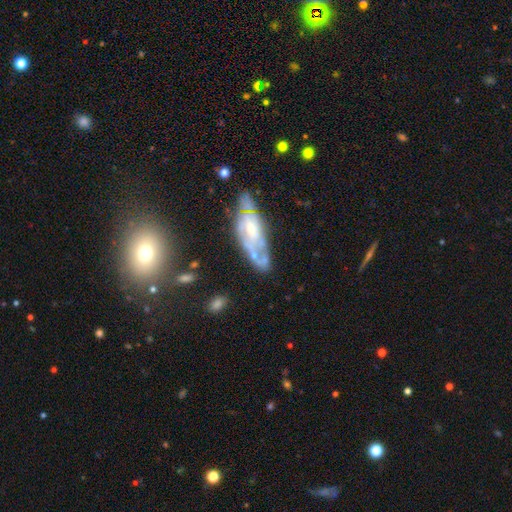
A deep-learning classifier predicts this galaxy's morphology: Overall: featured or disk (62%; smooth 29%). Edge-on disk: no (85%). Bar: no (68%). Spiral arms: no (52%; yes 48%). Bulge size: moderate (43%, tied with small). Merging: none (44%; minor disturbance 25%).